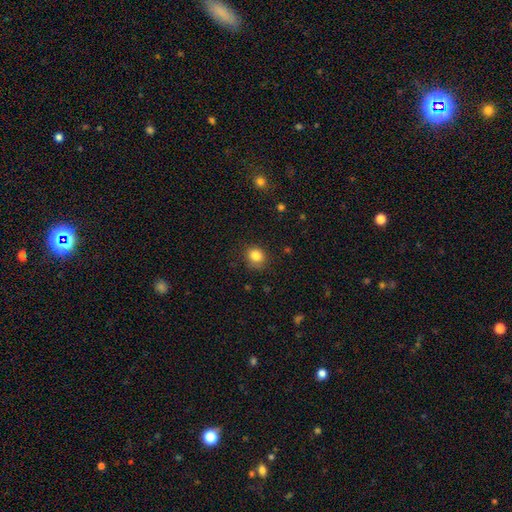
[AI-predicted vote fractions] Smooth or featured?
  - smooth: 84% *
  - star or artifact: 11%
  - featured or disk: 6%
How rounded?
  - round: 76% *
  - in between: 24%
  - cigar-shaped: 1%
Merging?
  - none: 80% *
  - minor disturbance: 15%
  - major disturbance: 4%
  - merger: 1%